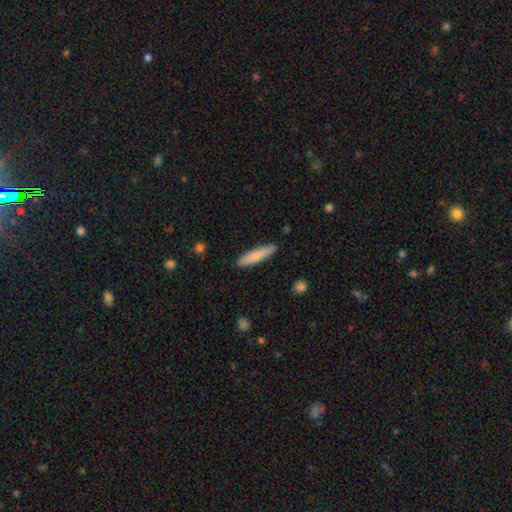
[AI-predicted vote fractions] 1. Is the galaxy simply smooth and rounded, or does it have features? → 77% smooth, 17% featured or disk, 6% star or artifact.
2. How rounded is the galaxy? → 85% cigar-shaped, 14% in between, 1% round.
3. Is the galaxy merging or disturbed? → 87% none, 10% minor disturbance, 2% major disturbance, 1% merger.